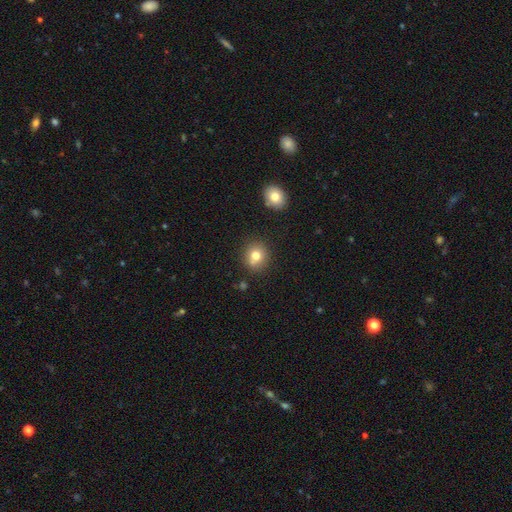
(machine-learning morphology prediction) Q: Smooth or featured?
A: smooth (77%); runner-up: star or artifact (12%)
Q: How rounded?
A: round (81%); runner-up: in between (18%)
Q: Merging?
A: none (75%); runner-up: minor disturbance (12%)